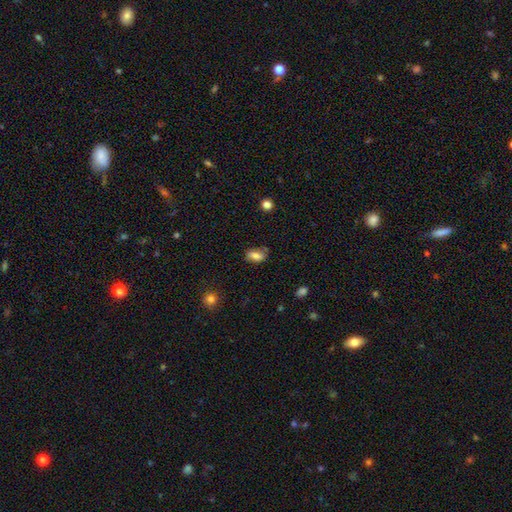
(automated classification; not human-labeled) Smooth or featured?
  - smooth: 71% *
  - featured or disk: 20%
  - star or artifact: 9%
How rounded?
  - in between: 84% *
  - round: 8%
  - cigar-shaped: 7%
Merging?
  - none: 71% *
  - minor disturbance: 19%
  - major disturbance: 5%
  - merger: 5%